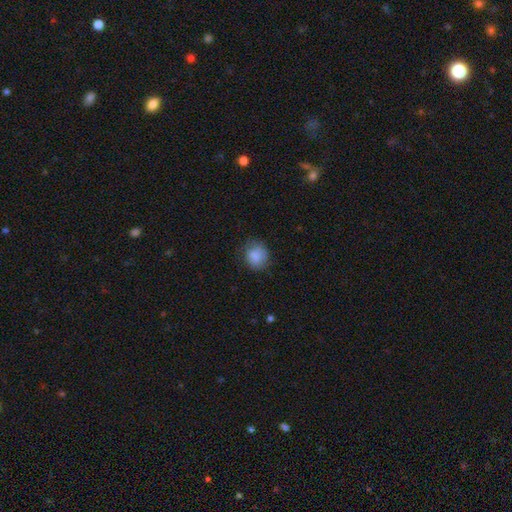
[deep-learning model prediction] This appears to be a smooth galaxy with no disk features (83%) that is round (68%). Merging: none (71%).